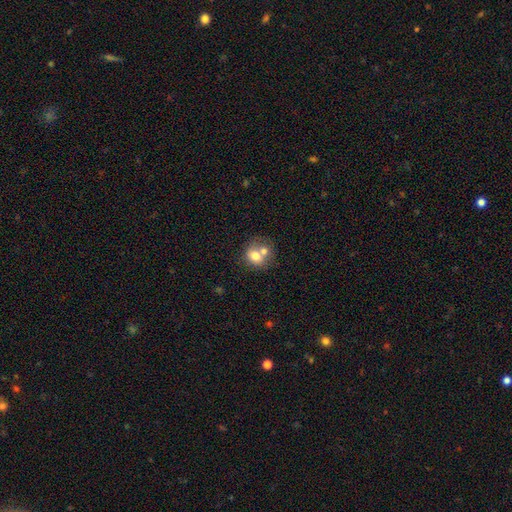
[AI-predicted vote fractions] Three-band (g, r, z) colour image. It shows a smooth galaxy with no disk features (70%) that is round (65%). Merging: merger (55%).